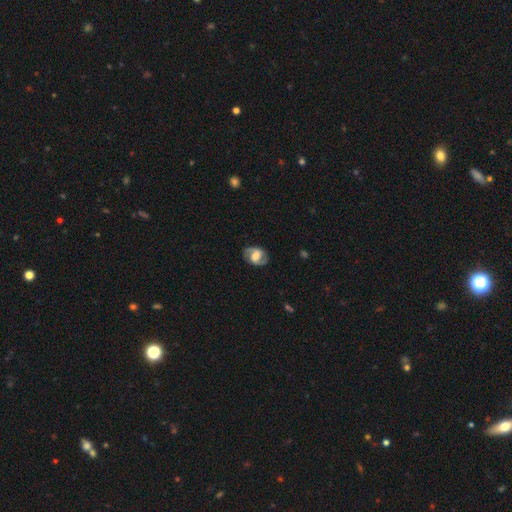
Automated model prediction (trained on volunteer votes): A featured or disk galaxy (80%) with a weak bar (45%), 2 (92%) medium (54%) spiral arms (94%) and a large central bulge (35%). Merging: none (83%).